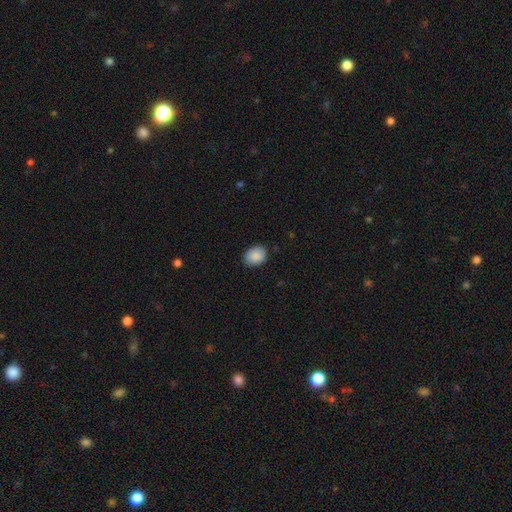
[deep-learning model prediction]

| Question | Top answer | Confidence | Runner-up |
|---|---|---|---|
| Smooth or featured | smooth | 89% | star or artifact (7%) |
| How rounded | in between | 59% | round (40%) |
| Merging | none | 85% | minor disturbance (12%) |